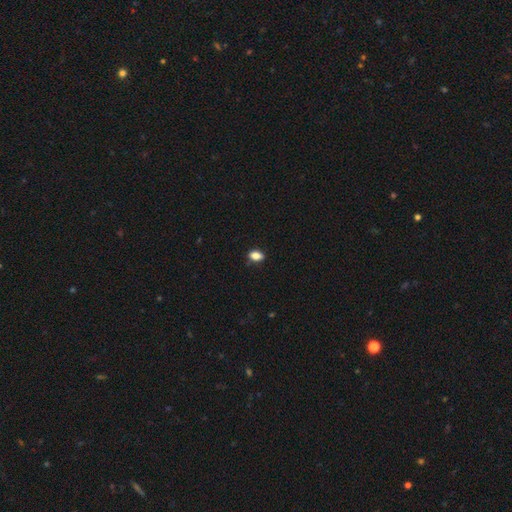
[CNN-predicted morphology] type=smooth (83%); roundness=in between (83%); merging=none (83%).